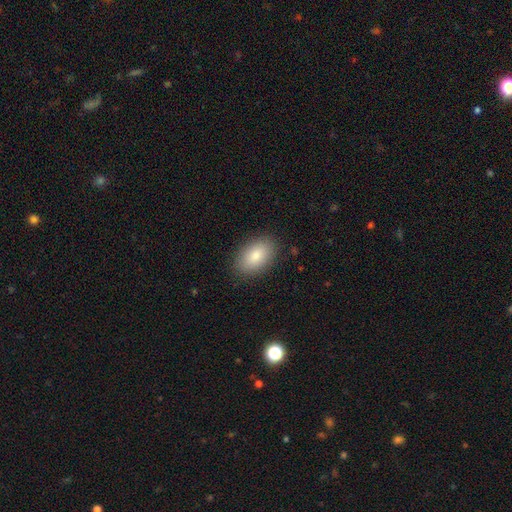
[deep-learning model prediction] Overall: smooth (84%). How rounded: in between (92%). Merging: none (87%).